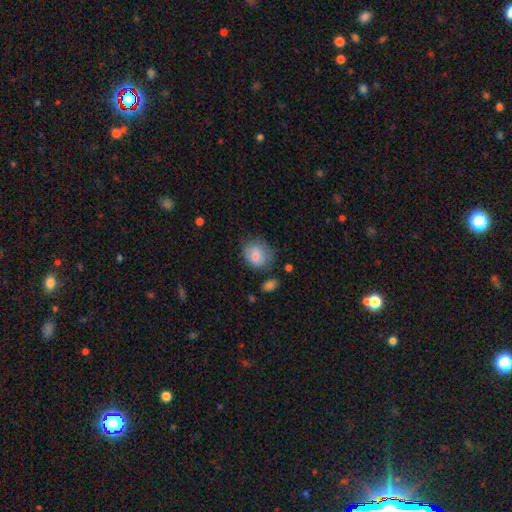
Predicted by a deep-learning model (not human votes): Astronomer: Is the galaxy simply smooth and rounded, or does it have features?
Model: smooth — 77%.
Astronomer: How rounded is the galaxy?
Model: round — 68%.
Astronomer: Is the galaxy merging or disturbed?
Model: none — 60%.